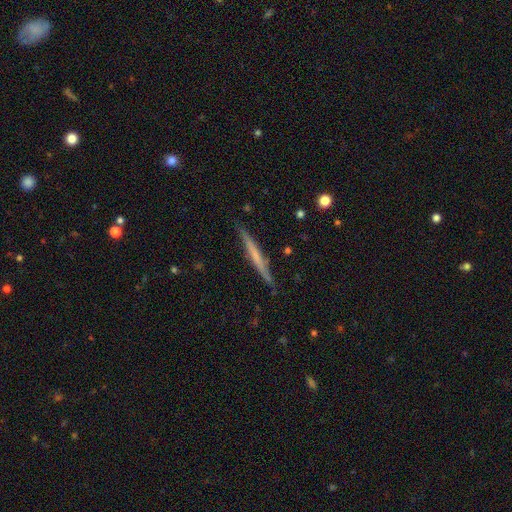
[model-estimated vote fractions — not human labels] A featured or disk galaxy (50%) viewed edge-on (97%).

Vote fractions:
- Smooth or featured? featured or disk: 50% / smooth: 44% / star or artifact: 6%
- Edge-on disk? yes: 97% / no: 3%
- Merging? none: 87% / minor disturbance: 10% / major disturbance: 2% / merger: 2%